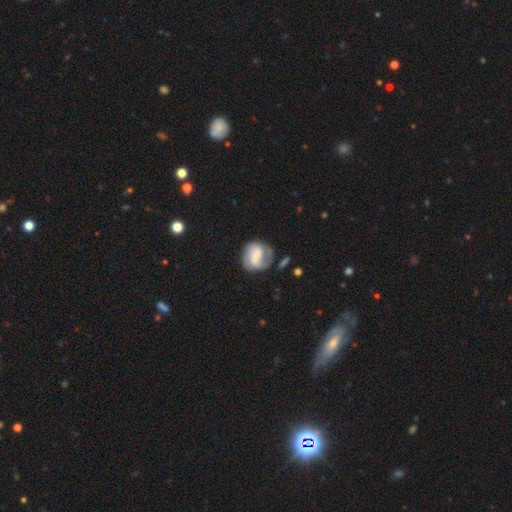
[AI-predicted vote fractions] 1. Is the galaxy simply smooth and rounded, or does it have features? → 67% featured or disk, 27% smooth, 6% star or artifact.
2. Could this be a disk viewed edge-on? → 98% no, 2% yes.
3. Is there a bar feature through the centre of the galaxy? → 43% no, 41% weak, 15% strong.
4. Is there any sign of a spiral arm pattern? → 88% yes, 12% no.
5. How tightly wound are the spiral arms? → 43% medium, 33% tight, 23% loose.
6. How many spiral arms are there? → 67% 2, 14% can't tell, 10% 1, 6% 3, 2% 4, 2% more than 4.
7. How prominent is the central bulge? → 57% small, 33% moderate, 6% none, 3% large, 1% dominant.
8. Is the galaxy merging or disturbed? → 60% none, 22% minor disturbance, 13% major disturbance, 5% merger.